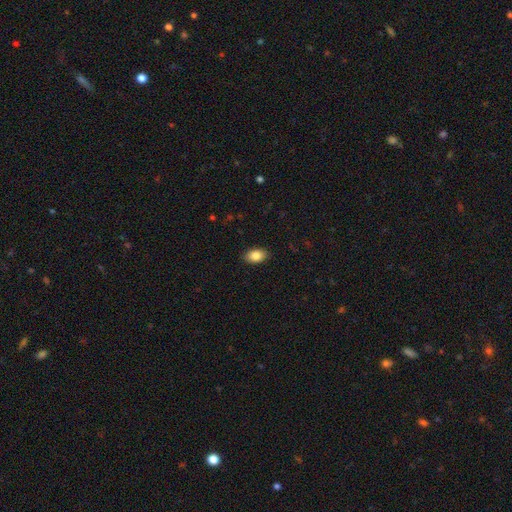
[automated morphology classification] smooth-or-featured: smooth: 85% | star or artifact: 8% | featured or disk: 7%
  how-rounded: in between: 90% | round: 9% | cigar-shaped: 1%
  merging: none: 89% | minor disturbance: 8% | major disturbance: 2% | merger: 1%